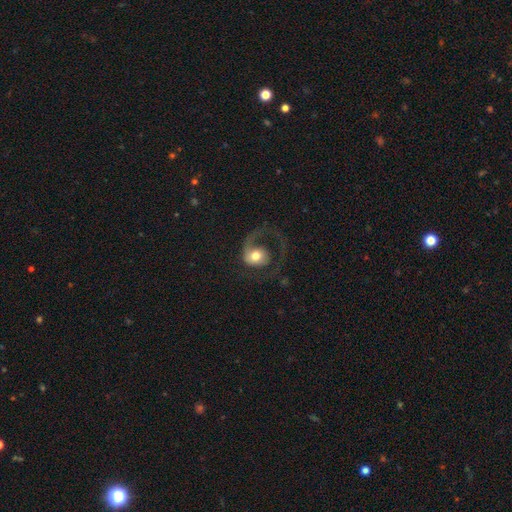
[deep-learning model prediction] featured or disk 60%, smooth 32%, star or artifact 7%. Down the decision tree: edge-on disk — no (97%); bar — no (77%); spiral arms — yes (80%); bulge size — moderate (68%); merging — major disturbance (49%).